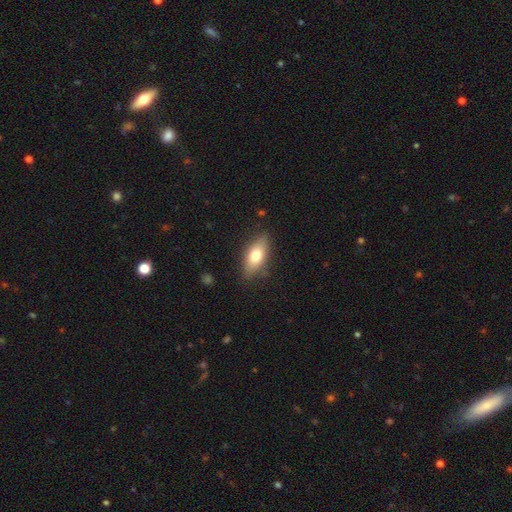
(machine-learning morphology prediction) Smooth or featured?
  - smooth: 70% *
  - featured or disk: 23%
  - star or artifact: 7%
How rounded?
  - in between: 80% *
  - cigar-shaped: 15%
  - round: 4%
Merging?
  - none: 80% *
  - minor disturbance: 15%
  - major disturbance: 3%
  - merger: 1%